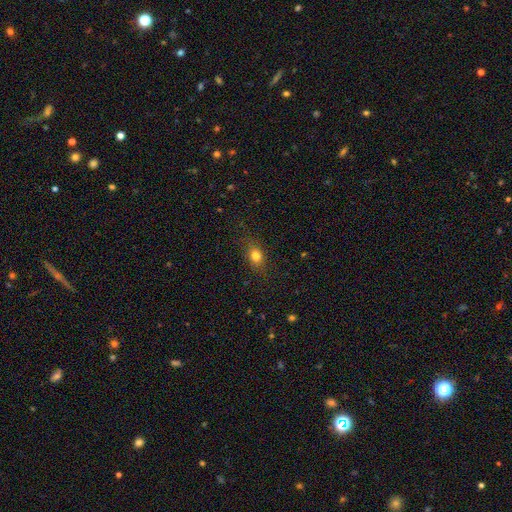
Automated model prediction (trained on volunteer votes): Smooth or featured? smooth (79%)
How rounded? in between (61%)
Merging? none (80%)